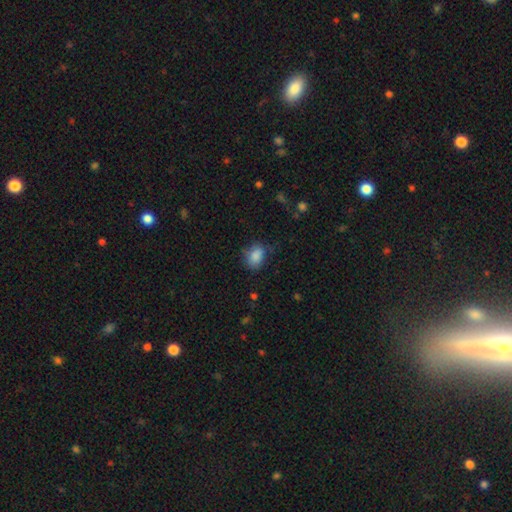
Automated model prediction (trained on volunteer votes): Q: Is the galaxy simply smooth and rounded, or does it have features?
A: smooth — 86%.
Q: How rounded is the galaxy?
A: in between — 74%.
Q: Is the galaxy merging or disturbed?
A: none — 69%.